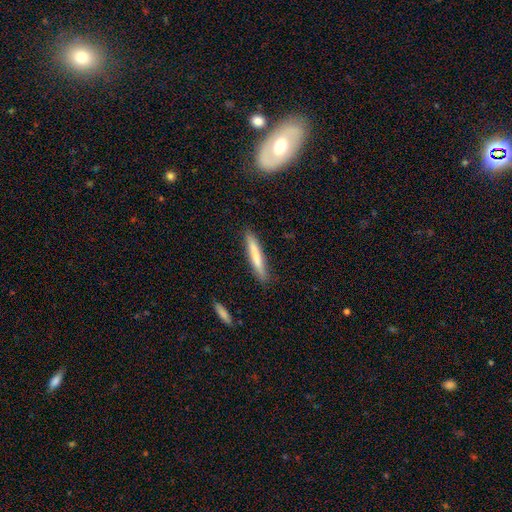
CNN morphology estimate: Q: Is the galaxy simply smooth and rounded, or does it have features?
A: smooth — 71%.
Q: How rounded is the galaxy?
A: cigar-shaped — 95%.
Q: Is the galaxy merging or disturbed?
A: none — 88%.